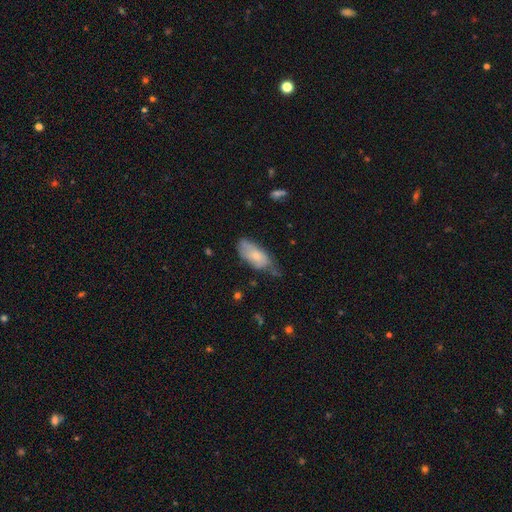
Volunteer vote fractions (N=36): smooth 67%, featured or disk 31%, star or artifact 3%. Down the decision tree: how rounded — in between (83%); merging — minor disturbance (49%).